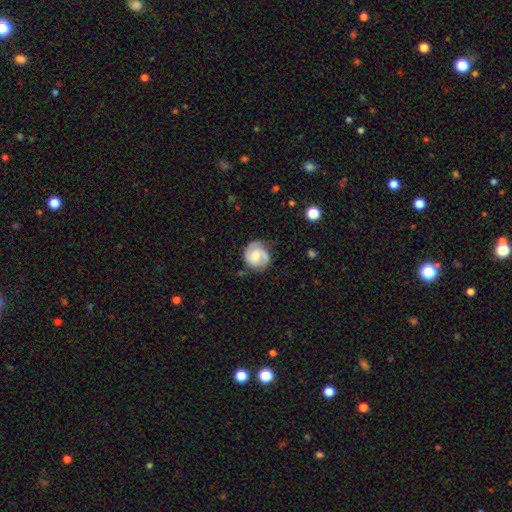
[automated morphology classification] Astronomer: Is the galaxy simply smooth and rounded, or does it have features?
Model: featured or disk — 78%.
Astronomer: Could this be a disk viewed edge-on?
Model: no — 98%.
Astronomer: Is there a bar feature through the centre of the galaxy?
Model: no — 50% (runner-up: weak, 42%).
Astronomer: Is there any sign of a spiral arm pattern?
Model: yes — 96%.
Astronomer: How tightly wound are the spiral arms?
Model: medium — 45% (runner-up: tight, 41%).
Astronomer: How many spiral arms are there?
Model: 2 — 84%.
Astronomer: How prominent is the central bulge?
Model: moderate — 47% (runner-up: small, 37%).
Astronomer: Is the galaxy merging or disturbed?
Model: none — 73%.